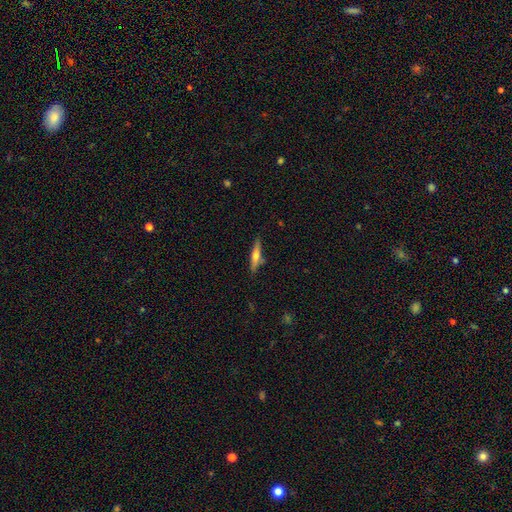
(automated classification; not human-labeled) A featured or disk galaxy (51%) viewed edge-on (95%). Merging: none (83%).